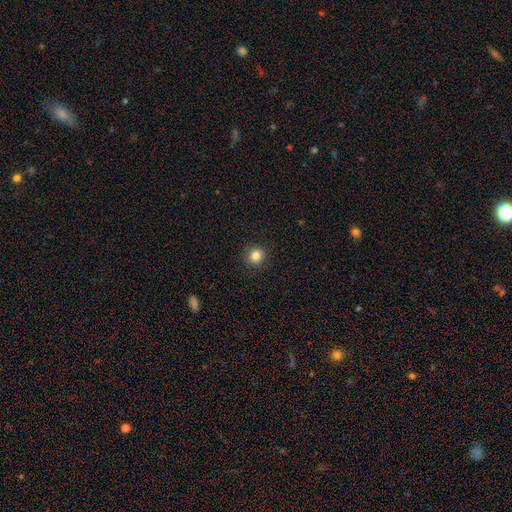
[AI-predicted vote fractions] A smooth galaxy with no disk features (84%) that is round (91%). Merging: none (91%).